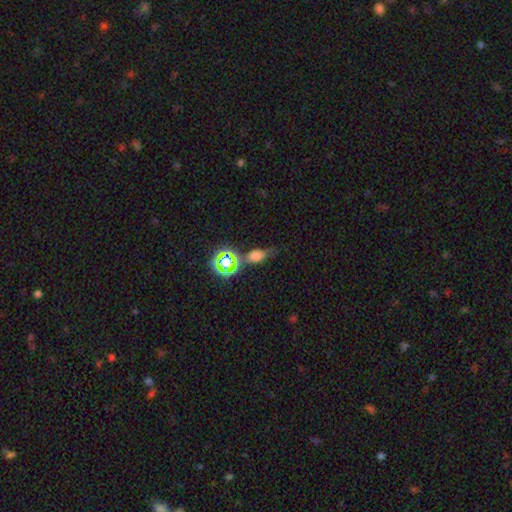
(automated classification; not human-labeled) Morphology: type=smooth (57%); roundness=in between (63%); merging=none (54%).